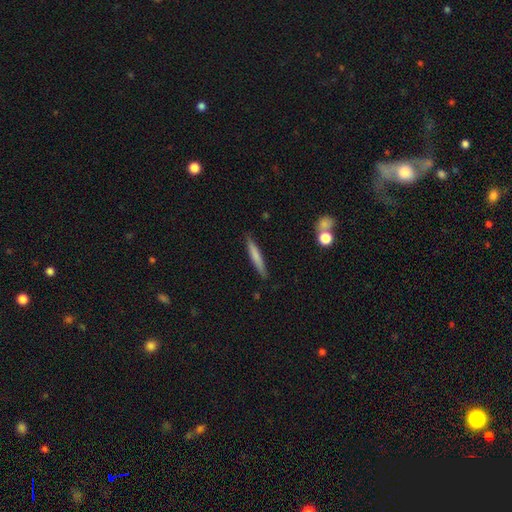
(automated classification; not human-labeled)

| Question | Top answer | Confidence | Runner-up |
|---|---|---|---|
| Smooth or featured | smooth | 70% | featured or disk (24%) |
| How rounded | cigar-shaped | 93% | in between (5%) |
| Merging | none | 87% | minor disturbance (9%) |